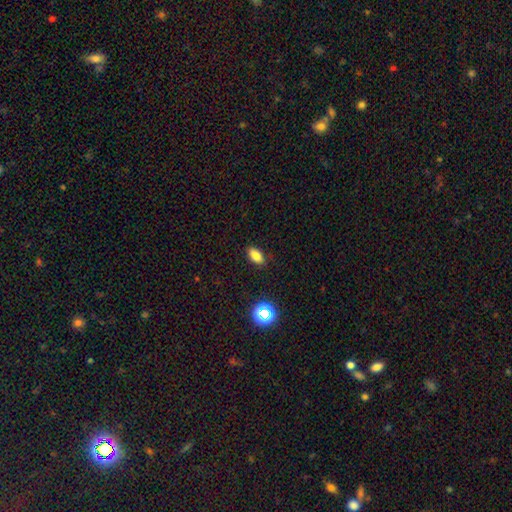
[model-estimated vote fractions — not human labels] Q: Smooth or featured?
A: smooth (79%); runner-up: star or artifact (13%)
Q: How rounded?
A: in between (88%); runner-up: round (7%)
Q: Merging?
A: none (87%); runner-up: minor disturbance (9%)